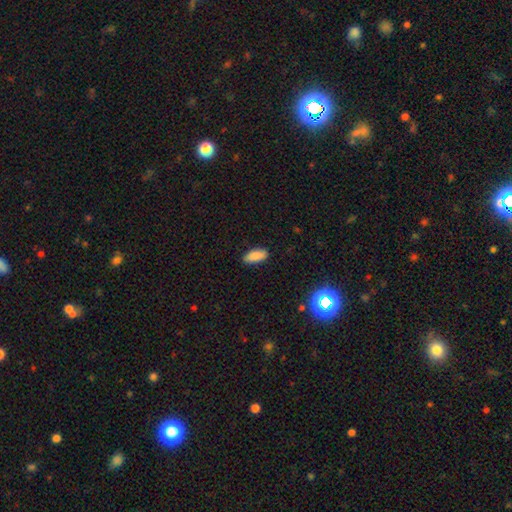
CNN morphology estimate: Q: Smooth or featured?
A: smooth (87%); runner-up: star or artifact (8%)
Q: How rounded?
A: in between (87%); runner-up: cigar-shaped (11%)
Q: Merging?
A: none (86%); runner-up: minor disturbance (10%)